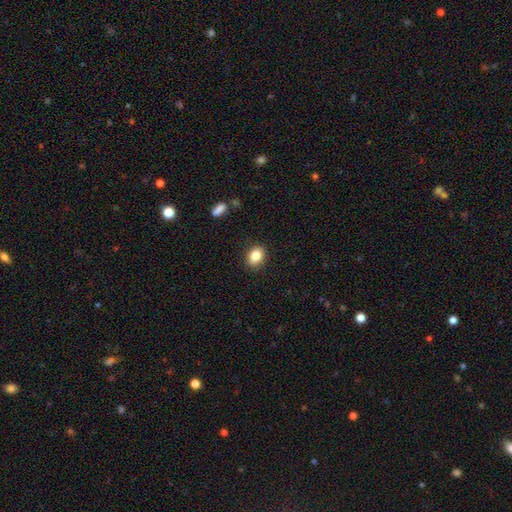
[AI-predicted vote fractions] This is clearly a smooth galaxy (83%). How rounded: possibly in between (57%). Merging: clearly none (88%).